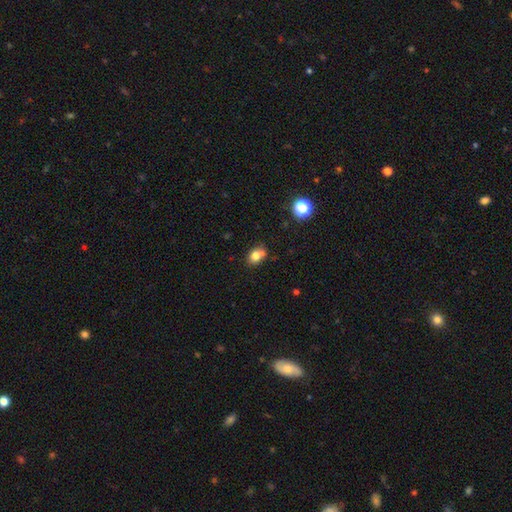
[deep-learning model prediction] Smooth or featured?
  - smooth: 77% *
  - star or artifact: 12%
  - featured or disk: 11%
How rounded?
  - in between: 57% *
  - round: 42%
  - cigar-shaped: 1%
Merging?
  - none: 56% *
  - merger: 23%
  - minor disturbance: 16%
  - major disturbance: 4%